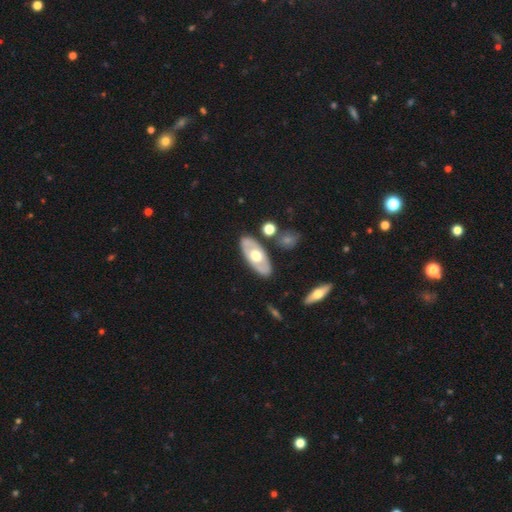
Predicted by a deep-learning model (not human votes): featured or disk 55%, smooth 40%, star or artifact 5%. Down the decision tree: edge-on disk — no (76%); merging — none (82%).